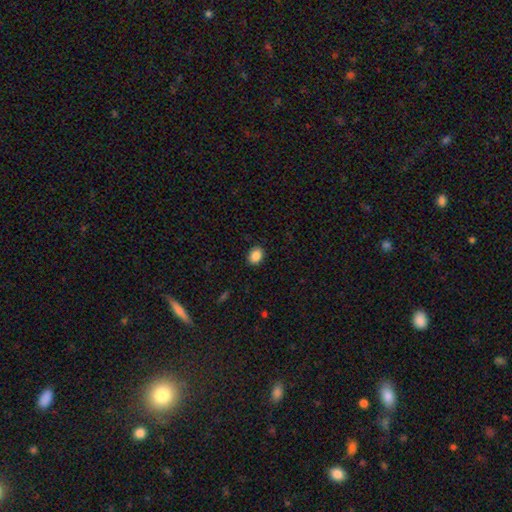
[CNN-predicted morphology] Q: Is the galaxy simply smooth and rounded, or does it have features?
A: smooth — 88%.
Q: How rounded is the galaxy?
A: in between — 62%.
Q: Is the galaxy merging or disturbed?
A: none — 89%.